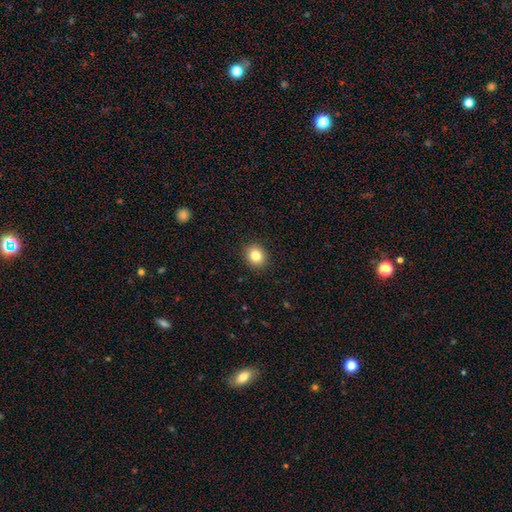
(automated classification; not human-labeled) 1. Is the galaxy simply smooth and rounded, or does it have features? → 83% smooth, 11% star or artifact, 6% featured or disk.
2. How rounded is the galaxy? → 73% round, 26% in between, 1% cigar-shaped.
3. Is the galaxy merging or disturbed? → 91% none, 6% minor disturbance, 2% major disturbance, 1% merger.